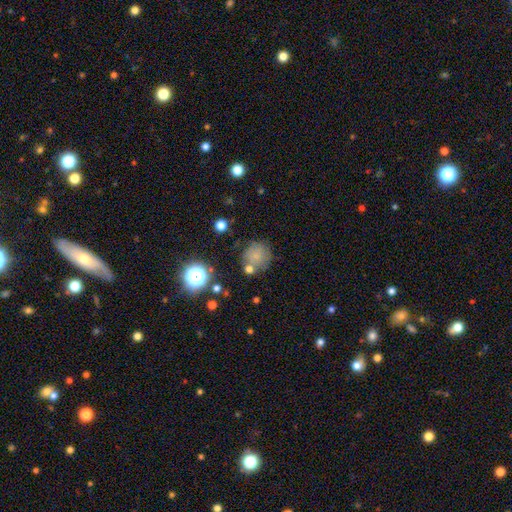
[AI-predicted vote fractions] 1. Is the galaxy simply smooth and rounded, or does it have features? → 73% smooth, 15% star or artifact, 12% featured or disk.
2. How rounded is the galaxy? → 88% round, 11% in between, 1% cigar-shaped.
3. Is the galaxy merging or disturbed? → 66% none, 16% minor disturbance, 10% merger, 7% major disturbance.